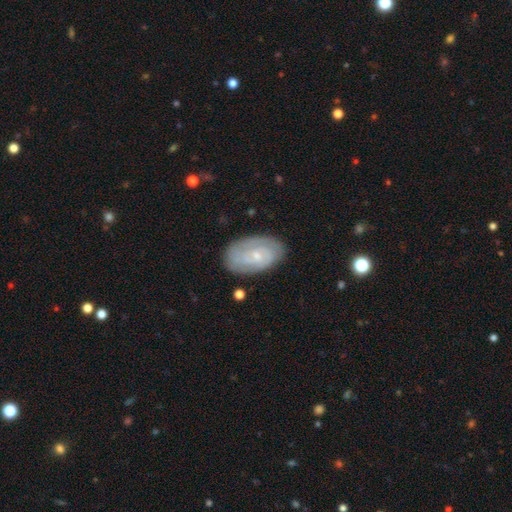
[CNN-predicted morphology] A featured or disk galaxy (69%) with no bar (65%), 2 (40%) tight (65%) spiral arms (87%) and a small central bulge (75%). Merging: none (80%).